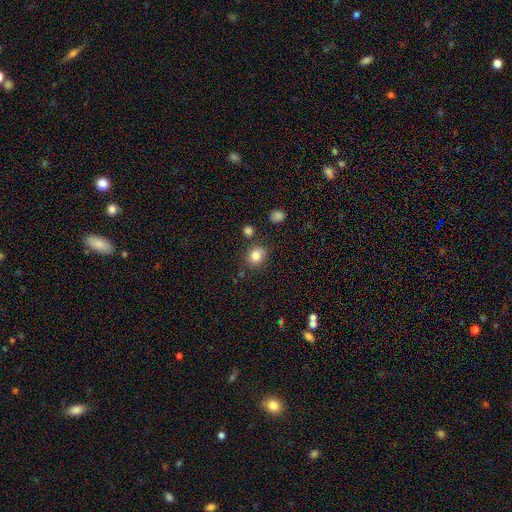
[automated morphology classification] This is clearly a smooth galaxy (82%). How rounded: likely round (69%). Merging: likely none (79%).